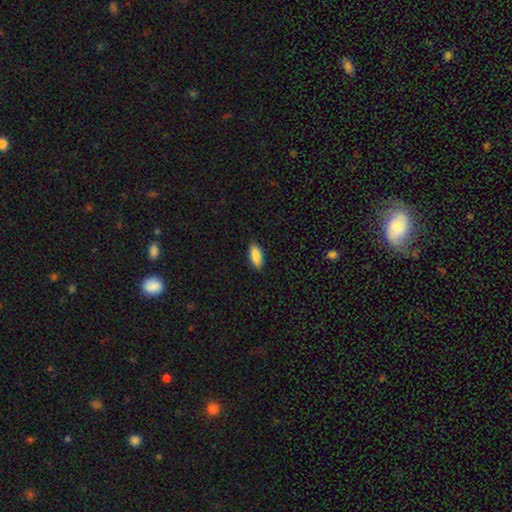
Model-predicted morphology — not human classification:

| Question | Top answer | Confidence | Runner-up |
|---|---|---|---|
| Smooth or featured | smooth | 89% | star or artifact (6%) |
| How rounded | in between | 86% | cigar-shaped (13%) |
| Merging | none | 89% | minor disturbance (8%) |